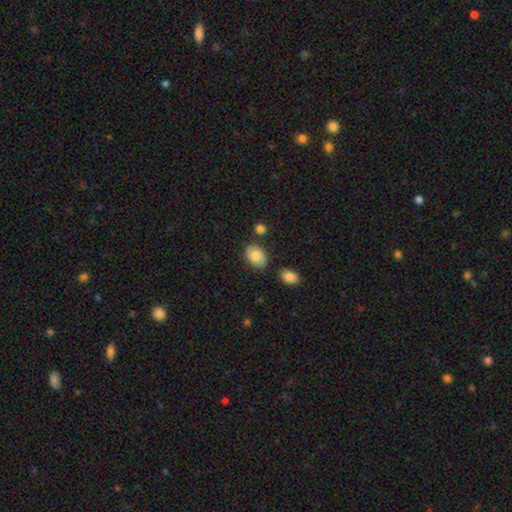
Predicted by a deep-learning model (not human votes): The model was most divided on "merging": none: 74%, minor disturbance: 18%, merger: 5%, major disturbance: 4%. More confident: how rounded — in between (82%); smooth or featured — smooth (80%).